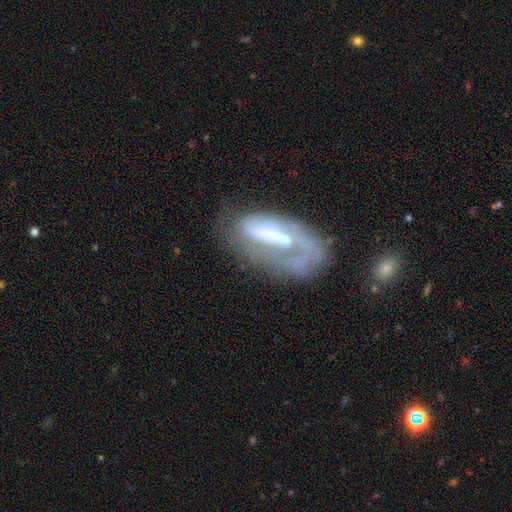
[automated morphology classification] Smooth or featured? featured or disk (66%)
Edge-on disk? no (90%)
Bar? weak (36%)
Spiral arms? yes (65%)
Bulge size? small (46%)
Merging? none (44%)